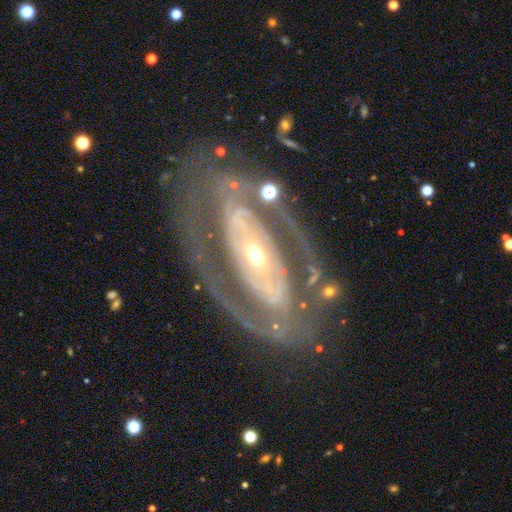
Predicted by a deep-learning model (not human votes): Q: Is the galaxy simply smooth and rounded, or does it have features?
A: featured or disk — 85%.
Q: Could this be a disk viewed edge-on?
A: no — 92%.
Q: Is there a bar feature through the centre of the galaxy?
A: no — 49%.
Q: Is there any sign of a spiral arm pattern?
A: yes — 69%.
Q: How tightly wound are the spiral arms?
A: tight — 51%.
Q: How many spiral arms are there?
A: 2 — 67%.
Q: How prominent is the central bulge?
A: moderate — 48%.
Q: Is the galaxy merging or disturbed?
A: none — 72%.